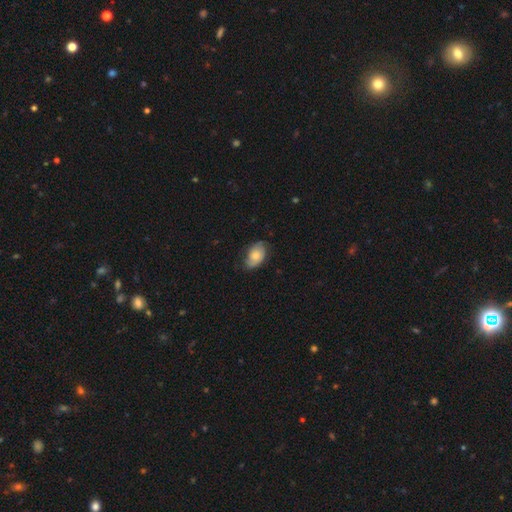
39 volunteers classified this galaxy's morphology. smooth_or_featured: featured or disk (p=0.56) [alt: smooth p=0.38]
disk_edge_on: no (p=1.00)
bar: no (p=0.86) [alt: strong p=0.09]
has_spiral_arms: yes (p=0.86) [alt: no p=0.14]
spiral_winding: medium (p=0.42) [alt: tight p=0.37]
spiral_arm_count: 2 (p=0.89) [alt: 1 p=0.05]
bulge_size: moderate (p=0.55) [alt: small p=0.41]
merging: none (p=0.62) [alt: minor disturbance p=0.35]